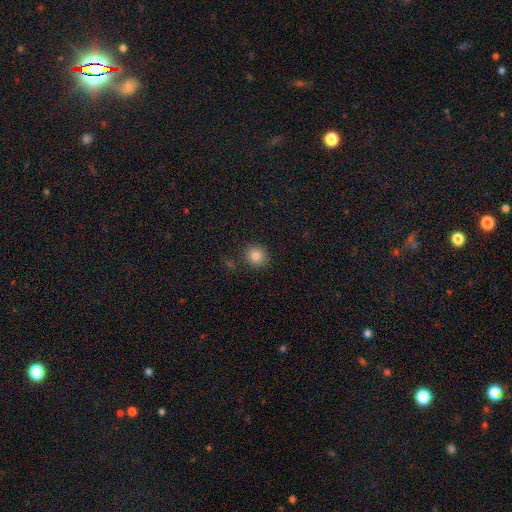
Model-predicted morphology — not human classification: type=smooth (84%); roundness=round (87%); merging=none (86%).